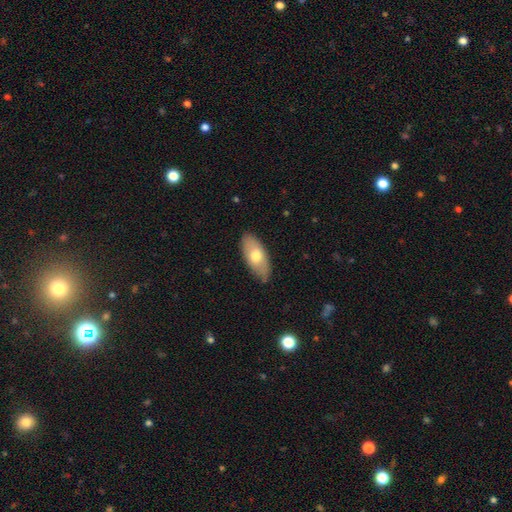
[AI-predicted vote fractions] This is likely a smooth galaxy (67%). How rounded: clearly in between (88%). Merging: clearly none (81%).